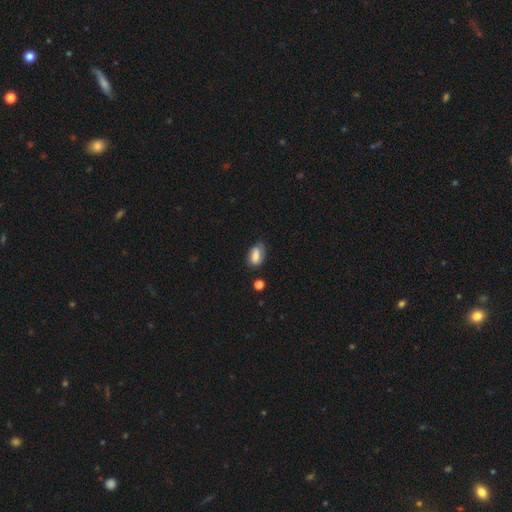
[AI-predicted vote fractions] Q: Smooth or featured?
A: smooth (72%); runner-up: featured or disk (19%)
Q: How rounded?
A: in between (88%); runner-up: round (7%)
Q: Merging?
A: none (63%); runner-up: minor disturbance (27%)